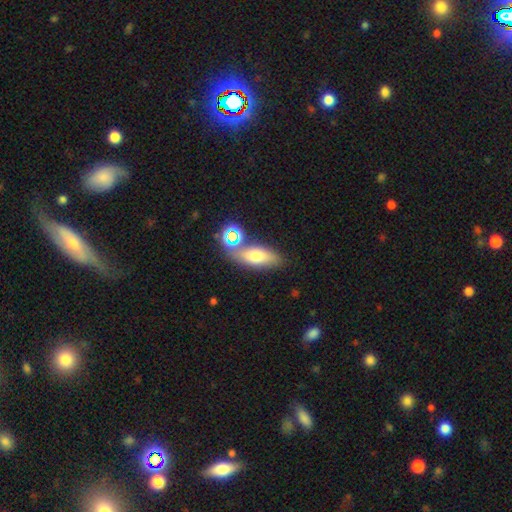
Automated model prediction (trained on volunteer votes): Smooth or featured: smooth — 61% (featured or disk — 24%)
How rounded: in between — 69% (cigar-shaped — 21%)
Merging: none — 68% (merger — 14%)